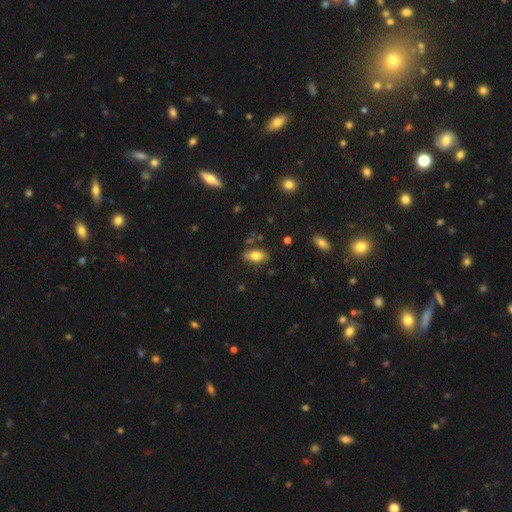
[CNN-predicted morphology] Smooth or featured?
  - smooth: 78% *
  - featured or disk: 15%
  - star or artifact: 8%
How rounded?
  - in between: 89% *
  - cigar-shaped: 7%
  - round: 4%
Merging?
  - none: 80% *
  - minor disturbance: 14%
  - merger: 3%
  - major disturbance: 3%